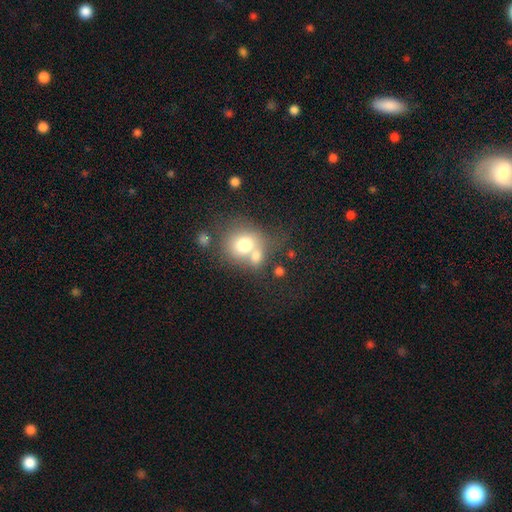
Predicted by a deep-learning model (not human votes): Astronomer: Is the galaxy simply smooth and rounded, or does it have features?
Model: smooth — 71%.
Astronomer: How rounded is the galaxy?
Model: round — 70%.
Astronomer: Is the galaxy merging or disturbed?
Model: merger — 49% (runner-up: none, 34%).